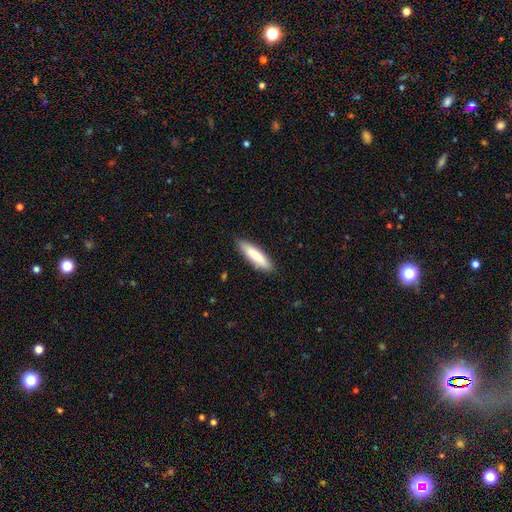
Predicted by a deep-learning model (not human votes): The model was most divided on "how rounded": cigar-shaped: 70%, in between: 28%, round: 1%. More confident: merging — none (86%); smooth or featured — smooth (84%).